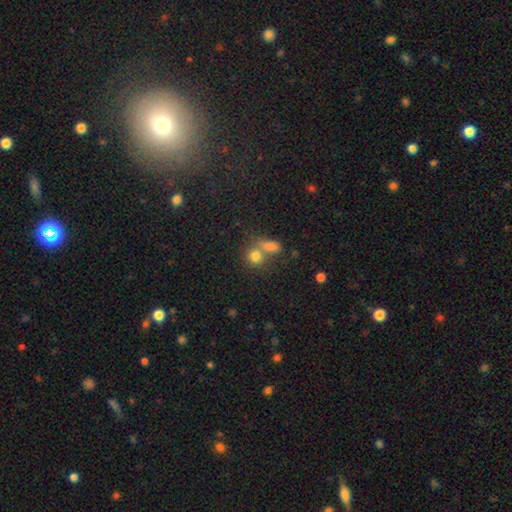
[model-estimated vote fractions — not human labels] Q: Smooth or featured?
A: smooth (77%); runner-up: star or artifact (13%)
Q: How rounded?
A: round (70%); runner-up: in between (28%)
Q: Merging?
A: merger (46%); runner-up: none (41%)